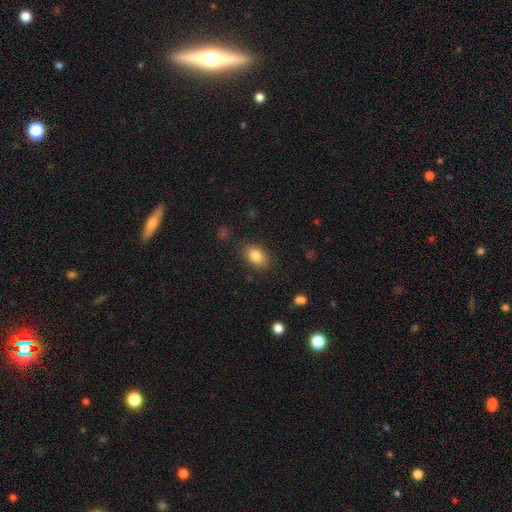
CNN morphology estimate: smooth_or_featured: smooth (p=0.84) [alt: star or artifact p=0.09]
how_rounded: in between (p=0.80) [alt: round p=0.18]
merging: none (p=0.83) [alt: minor disturbance p=0.12]